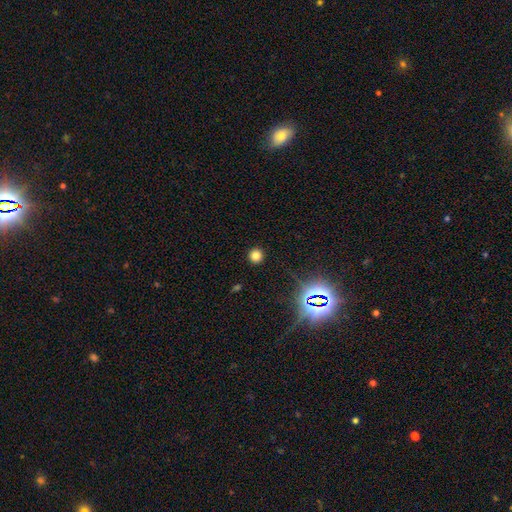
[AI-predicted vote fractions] This appears to be a smooth galaxy with no disk features (77%) that is round (92%). Merging: none (91%).